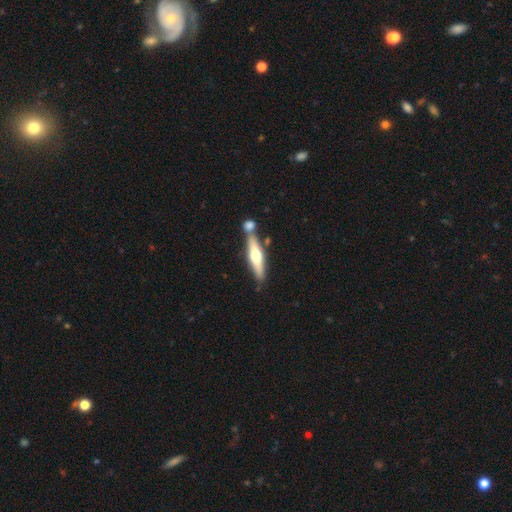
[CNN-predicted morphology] This appears to be a featured or disk galaxy (51%) viewed edge-on (90%). Merging: none (60%).